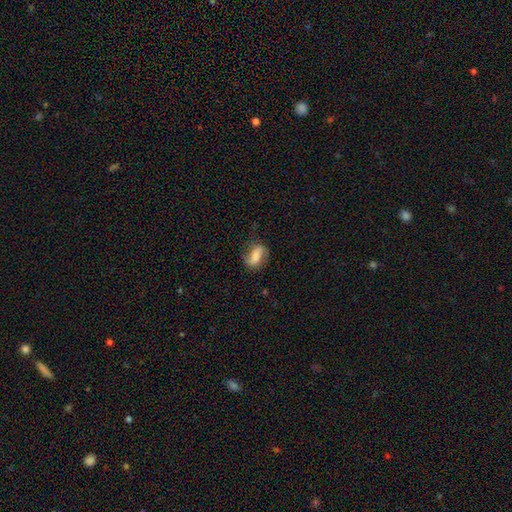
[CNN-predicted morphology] Overall: smooth (53%; featured or disk 38%). How rounded: in between (82%). Merging: none (61%; minor disturbance 24%).